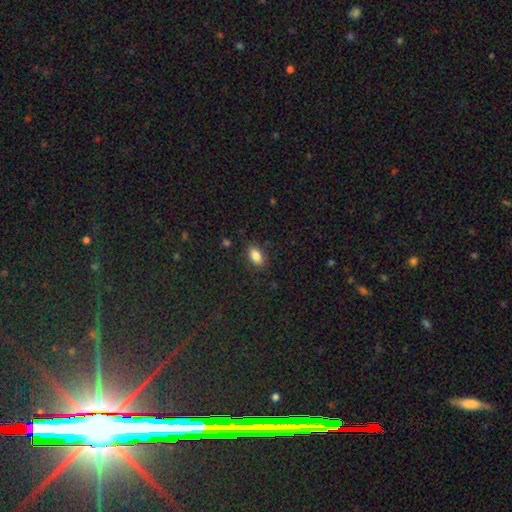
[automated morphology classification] Overall: smooth (85%). How rounded: in between (91%). Merging: none (85%).